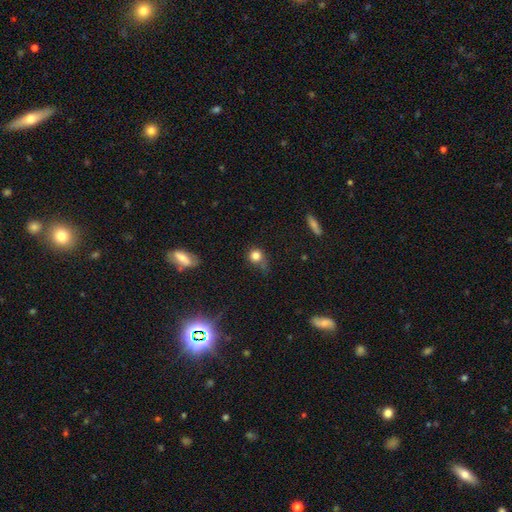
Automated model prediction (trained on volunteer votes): smooth-or-featured: smooth: 79% | star or artifact: 13% | featured or disk: 8%
  how-rounded: round: 83% | in between: 15% | cigar-shaped: 1%
  merging: none: 51% | minor disturbance: 28% | major disturbance: 15% | merger: 6%